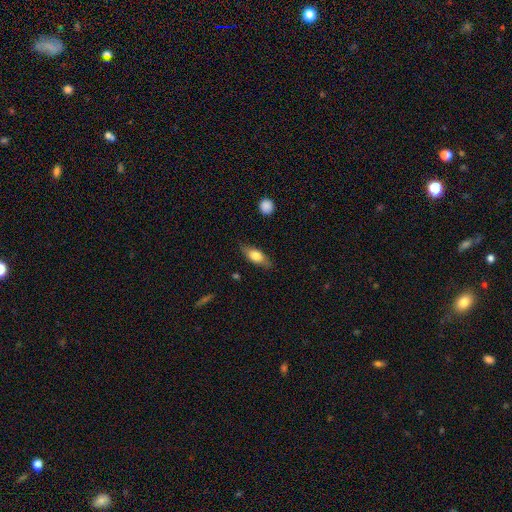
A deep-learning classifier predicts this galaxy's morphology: Smooth or featured: smooth — 66% (featured or disk — 27%)
How rounded: in between — 75% (cigar-shaped — 20%)
Merging: none — 79% (minor disturbance — 16%)